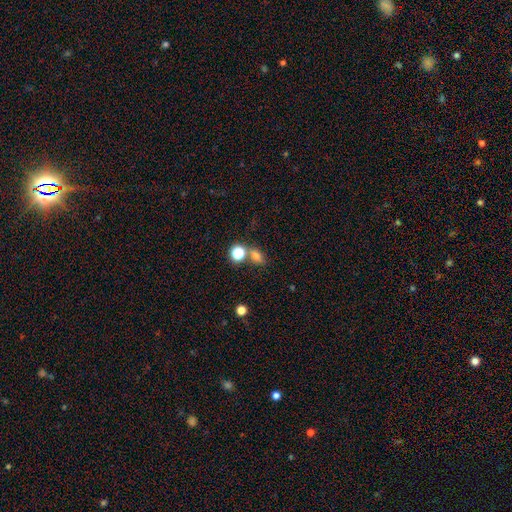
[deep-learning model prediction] A smooth galaxy with no disk features (72%) that is in between round and cigar-shaped (65%). Merging: none (60%).